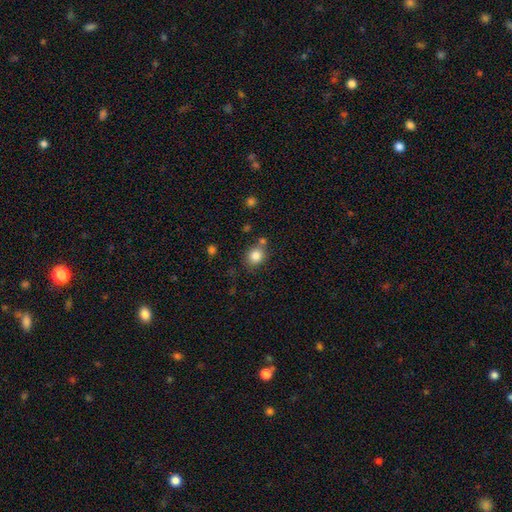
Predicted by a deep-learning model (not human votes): Smooth or featured? Predicted: smooth (p=0.83). How rounded? Predicted: round (p=0.72). Merging? Predicted: none (p=0.71).